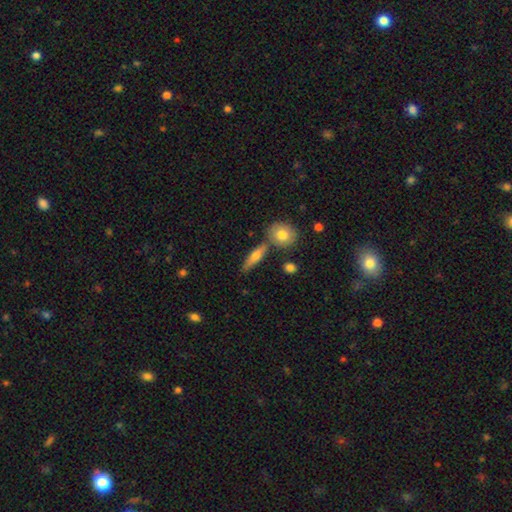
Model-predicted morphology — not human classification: smooth 63%, featured or disk 31%, star or artifact 7%. Down the decision tree: how rounded — cigar-shaped (59%); merging — none (70%).